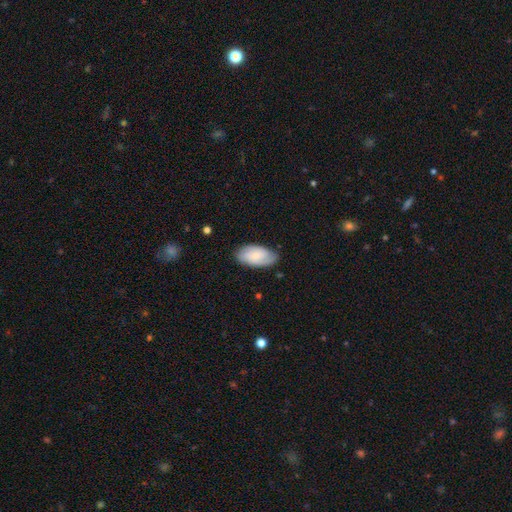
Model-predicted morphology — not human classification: smooth 62%, featured or disk 32%, star or artifact 6%. Down the decision tree: how rounded — in between (94%); merging — none (80%).